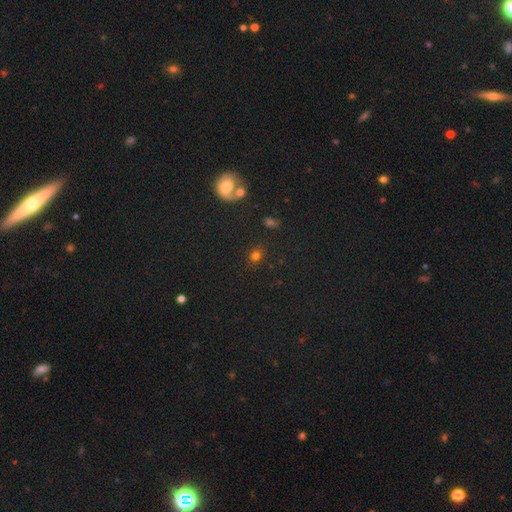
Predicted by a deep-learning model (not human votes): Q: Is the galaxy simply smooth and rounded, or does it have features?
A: smooth — 74%.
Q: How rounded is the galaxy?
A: round — 70%.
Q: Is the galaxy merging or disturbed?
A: none — 82%.